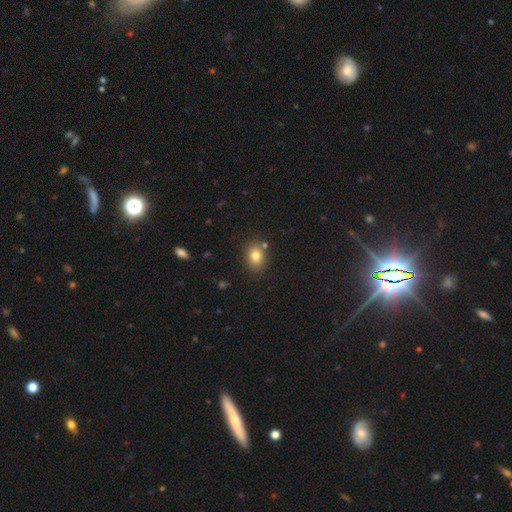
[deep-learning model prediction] smooth_or_featured: smooth (p=0.80) [alt: star or artifact p=0.11]
how_rounded: in between (p=0.58) [alt: round p=0.40]
merging: none (p=0.80) [alt: minor disturbance p=0.11]